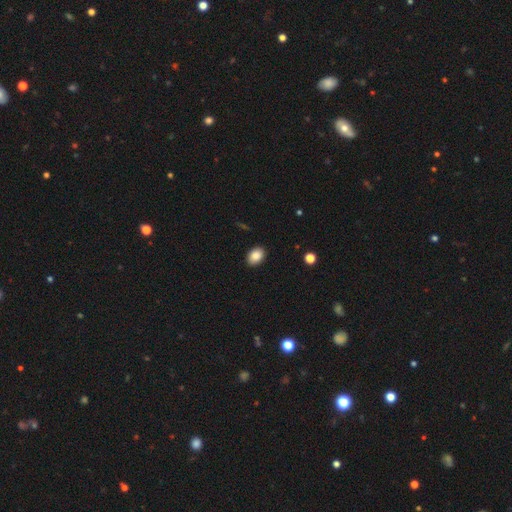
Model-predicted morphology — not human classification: Smooth or featured?
  - smooth: 87% *
  - star or artifact: 8%
  - featured or disk: 5%
How rounded?
  - in between: 79% *
  - round: 20%
  - cigar-shaped: 1%
Merging?
  - none: 89% *
  - minor disturbance: 8%
  - major disturbance: 2%
  - merger: 1%